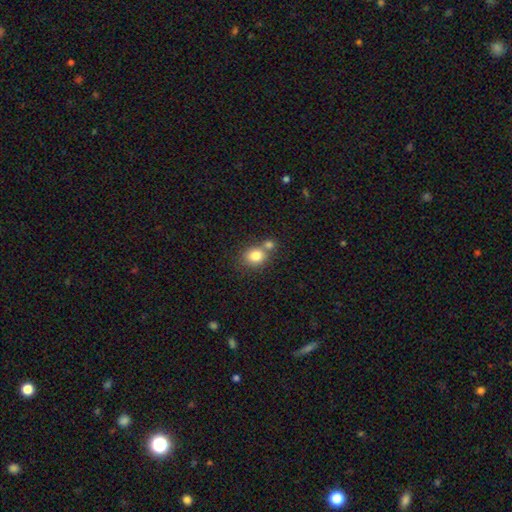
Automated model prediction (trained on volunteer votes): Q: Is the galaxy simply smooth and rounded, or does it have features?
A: smooth — 81%.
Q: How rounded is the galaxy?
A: round — 71%.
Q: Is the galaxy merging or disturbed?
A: none — 48%.